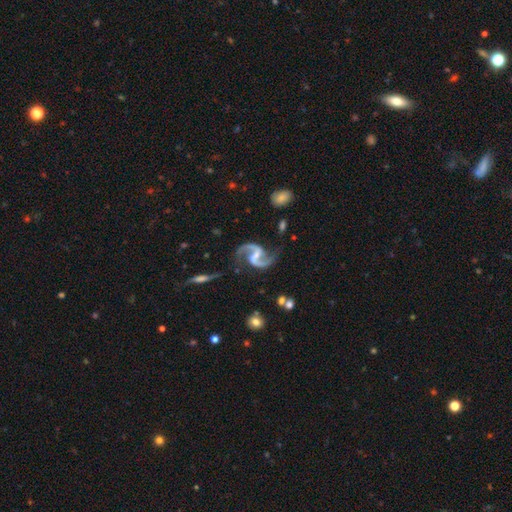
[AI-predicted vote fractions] Smooth or featured: featured or disk — 94% (star or artifact — 4%)
Edge-on disk: no — 98% (yes — 2%)
Bar: weak — 46% (strong — 29%)
Spiral arms: yes — 98% (no — 2%)
Spiral winding: loose — 51% (medium — 43%)
Spiral arm count: 2 — 95% (1 — 1%)
Bulge size: small — 54% (moderate — 25%)
Merging: none — 74% (minor disturbance — 15%)